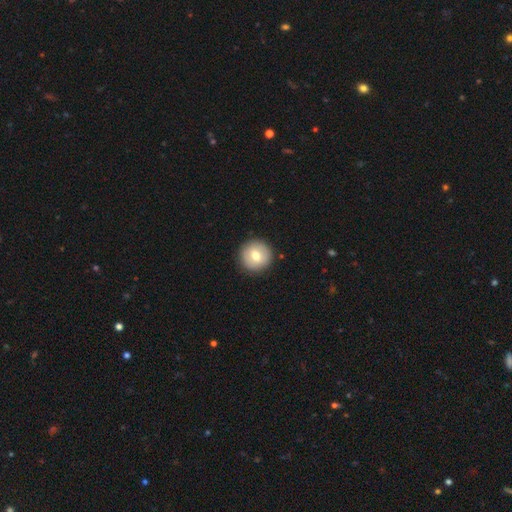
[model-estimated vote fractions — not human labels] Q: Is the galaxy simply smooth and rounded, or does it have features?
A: smooth — 70%.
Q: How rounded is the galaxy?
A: round — 95%.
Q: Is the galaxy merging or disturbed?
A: none — 91%.